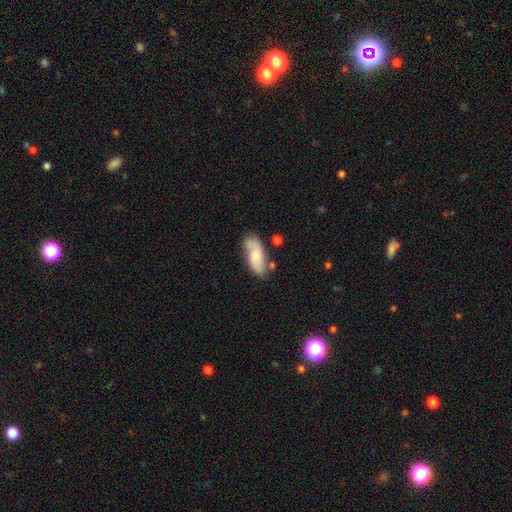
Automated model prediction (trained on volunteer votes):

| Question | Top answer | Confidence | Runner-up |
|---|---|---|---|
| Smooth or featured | smooth | 57% | featured or disk (36%) |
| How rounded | in between | 80% | cigar-shaped (18%) |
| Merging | none | 63% | minor disturbance (23%) |